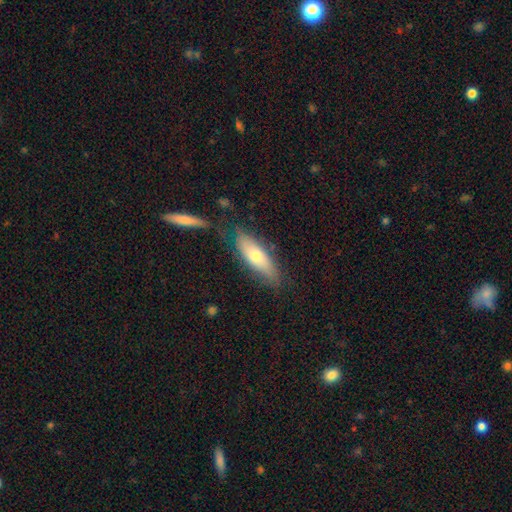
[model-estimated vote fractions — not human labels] A smooth galaxy with no disk features (63%) that is in between round and cigar-shaped (57%).

Vote fractions:
- Smooth or featured? smooth: 63% / featured or disk: 30% / star or artifact: 6%
- How rounded? in between: 57% / cigar-shaped: 41% / round: 2%
- Merging? none: 71% / minor disturbance: 18% / merger: 7% / major disturbance: 5%